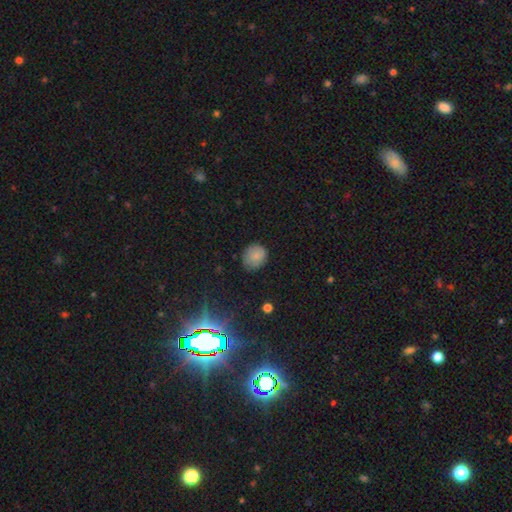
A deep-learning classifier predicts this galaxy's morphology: Smooth or featured?
  - smooth: 81% *
  - star or artifact: 11%
  - featured or disk: 9%
How rounded?
  - round: 72% *
  - in between: 27%
  - cigar-shaped: 1%
Merging?
  - none: 75% *
  - minor disturbance: 19%
  - major disturbance: 4%
  - merger: 1%